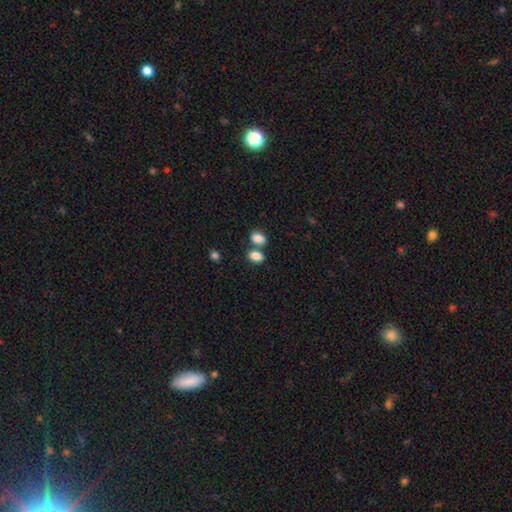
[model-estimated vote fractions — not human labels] A smooth galaxy with no disk features (85%) that is in between round and cigar-shaped (81%). Merging: none (49%).